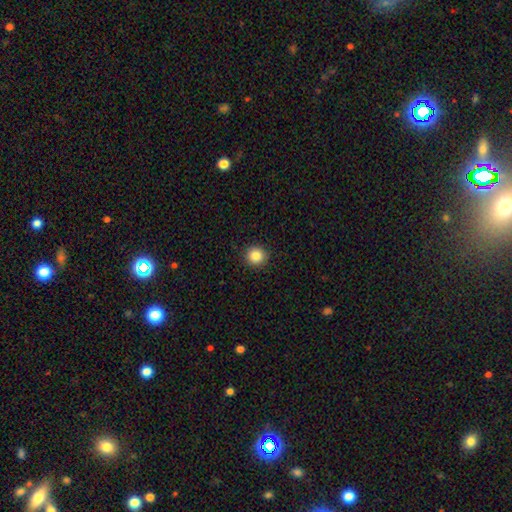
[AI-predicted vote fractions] Q: Smooth or featured?
A: smooth (85%); runner-up: star or artifact (10%)
Q: How rounded?
A: round (93%); runner-up: in between (6%)
Q: Merging?
A: none (92%); runner-up: minor disturbance (5%)